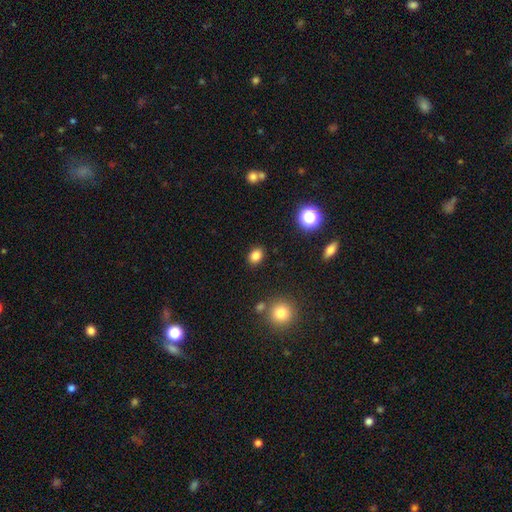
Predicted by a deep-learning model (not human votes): Morphology: type=smooth (82%); roundness=in between (61%); merging=none (88%).